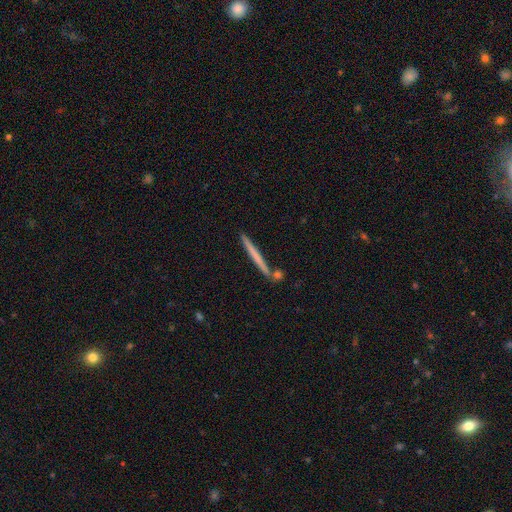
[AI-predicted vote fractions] This is possibly a smooth galaxy (54%). How rounded: clearly cigar-shaped (97%). Merging: clearly none (83%).